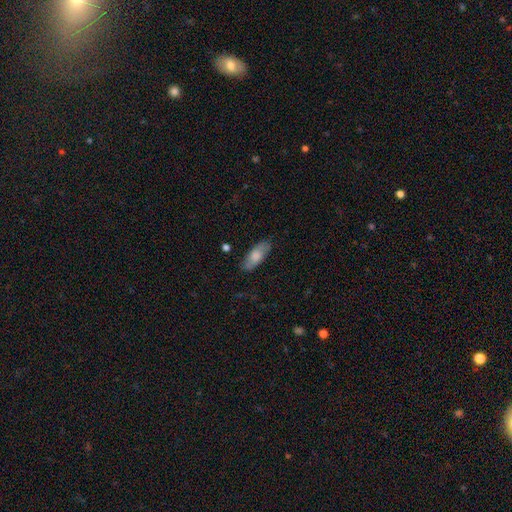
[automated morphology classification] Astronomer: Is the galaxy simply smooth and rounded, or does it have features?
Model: smooth — 74%.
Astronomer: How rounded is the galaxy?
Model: in between — 76%.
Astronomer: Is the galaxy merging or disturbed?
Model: none — 80%.